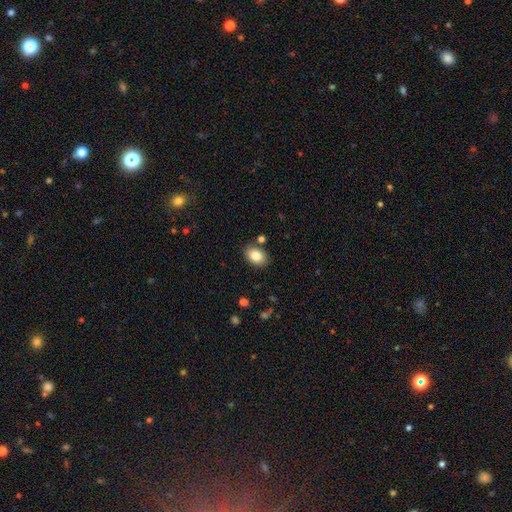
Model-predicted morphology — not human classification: A smooth galaxy with no disk features (84%) that is in between round and cigar-shaped (73%). Merging: none (82%).